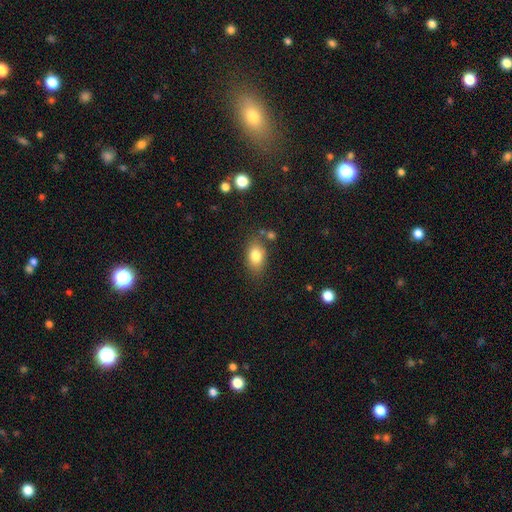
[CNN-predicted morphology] A smooth galaxy with no disk features (81%) that is in between round and cigar-shaped (84%). Merging: none (76%).